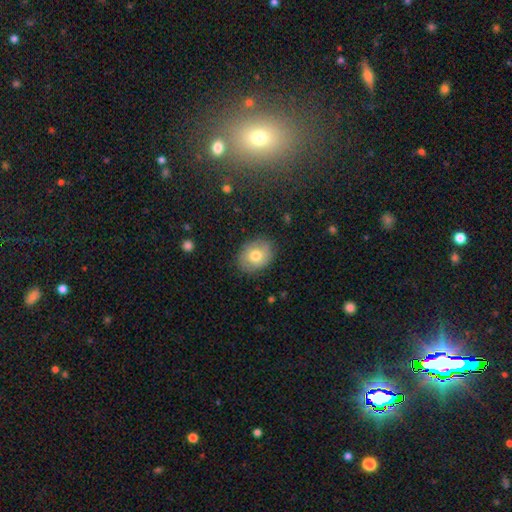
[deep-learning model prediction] This appears to be a smooth galaxy with no disk features (70%) that is in between round and cigar-shaped (56%). Merging: none (83%).